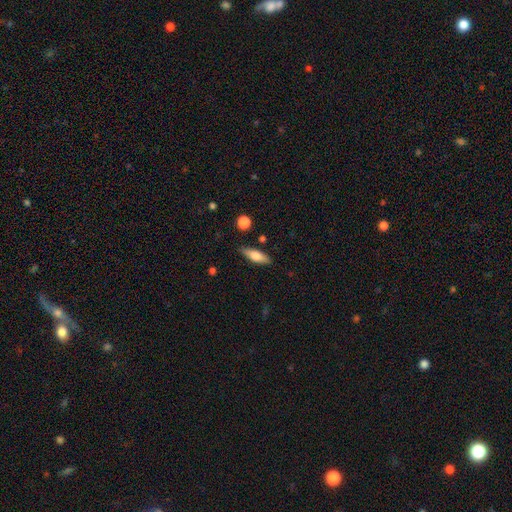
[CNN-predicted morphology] A smooth galaxy with no disk features (67%) that is in between round and cigar-shaped (53%). Merging: none (83%).